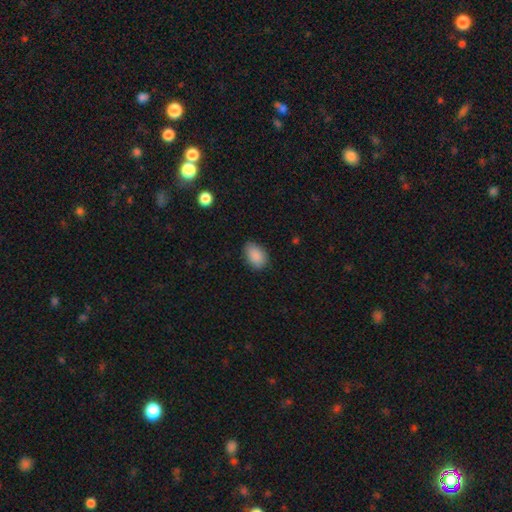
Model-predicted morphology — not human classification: type=smooth (89%); roundness=in between (87%); merging=none (82%).